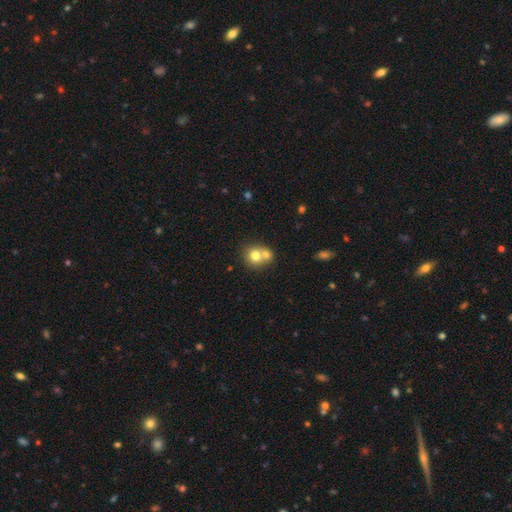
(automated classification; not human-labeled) Morphology: type=smooth (73%); roundness=round (80%); merging=merger (55%).